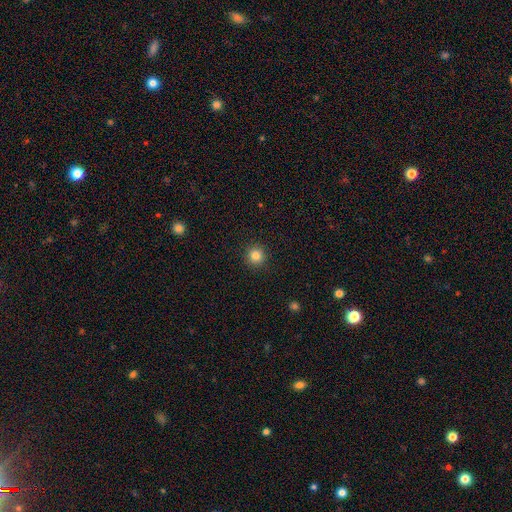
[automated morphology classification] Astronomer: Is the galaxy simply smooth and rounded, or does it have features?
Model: smooth — 83%.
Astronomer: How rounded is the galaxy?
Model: round — 95%.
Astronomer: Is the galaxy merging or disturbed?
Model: none — 92%.